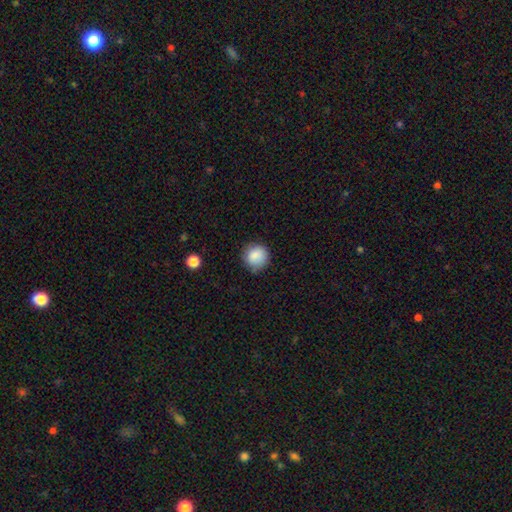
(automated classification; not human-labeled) This appears to be a smooth galaxy with no disk features (86%) that is round (91%). Merging: none (80%).